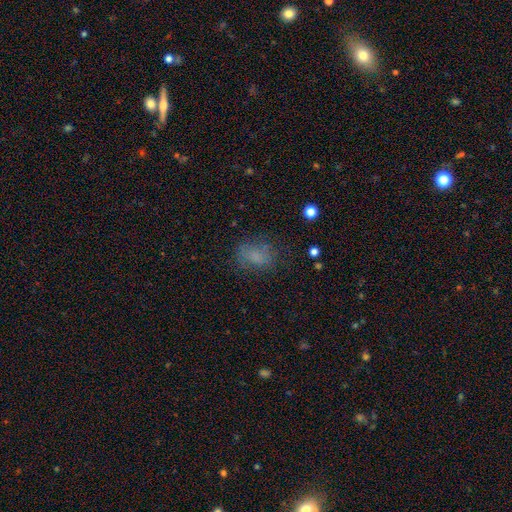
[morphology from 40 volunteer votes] Smooth or featured: smooth — 80% (featured or disk — 10%)
How rounded: in between — 81% (round — 19%)
Merging: none — 67% (minor disturbance — 17%)